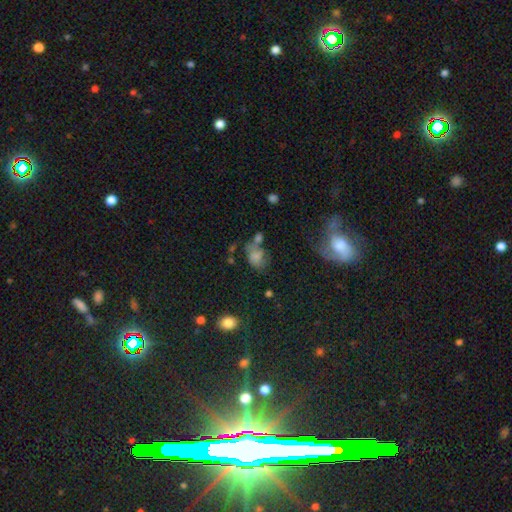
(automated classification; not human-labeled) smooth-or-featured: smooth: 68% | featured or disk: 17% | star or artifact: 14%
  how-rounded: in between: 68% | round: 31% | cigar-shaped: 1%
  merging: none: 37% | minor disturbance: 24% | merger: 23% | major disturbance: 16%